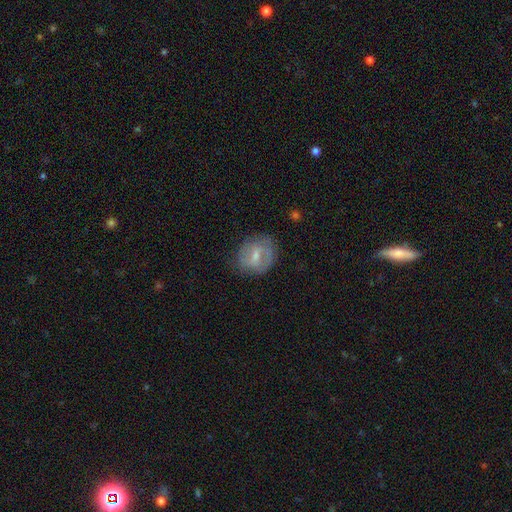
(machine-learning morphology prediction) featured or disk 55%, smooth 38%, star or artifact 7%. Down the decision tree: edge-on disk — no (96%); bar — weak (53%); spiral arms — yes (62%); bulge size — small (52%); merging — none (73%).